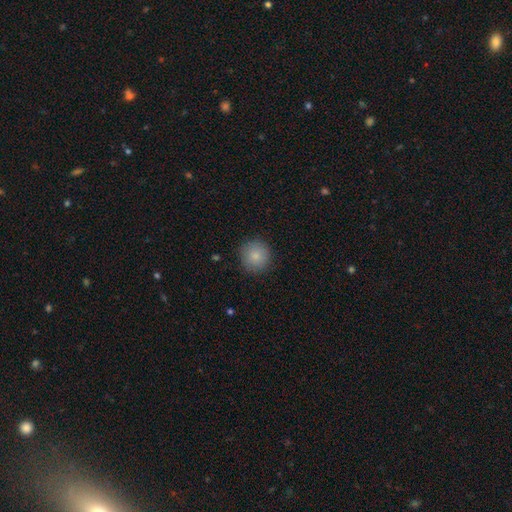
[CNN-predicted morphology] A smooth galaxy with no disk features (85%) that is round (94%).

Vote fractions:
- Smooth or featured? smooth: 85% / star or artifact: 8% / featured or disk: 7%
- How rounded? round: 94% / in between: 5% / cigar-shaped: 1%
- Merging? none: 89% / minor disturbance: 8% / major disturbance: 2% / merger: 1%